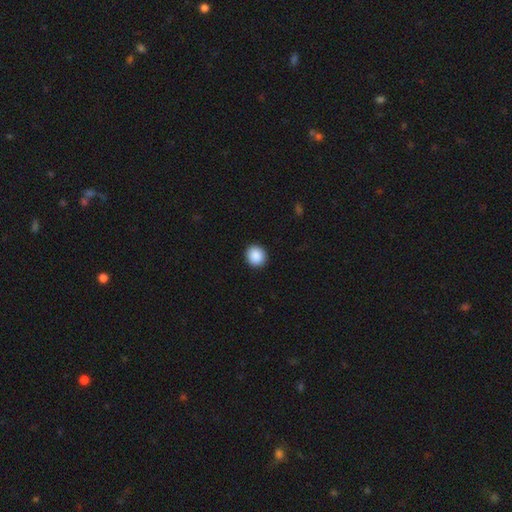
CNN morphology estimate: smooth_or_featured: smooth (p=0.89) [alt: star or artifact p=0.08]
how_rounded: round (p=0.87) [alt: in between p=0.12]
merging: none (p=0.92) [alt: minor disturbance p=0.05]